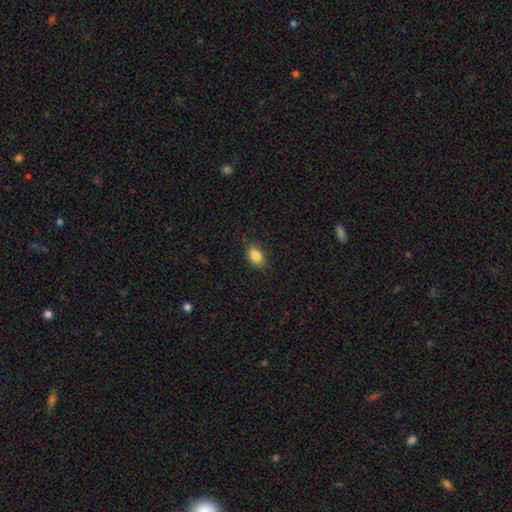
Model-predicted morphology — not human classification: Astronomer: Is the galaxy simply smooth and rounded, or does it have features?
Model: smooth — 84%.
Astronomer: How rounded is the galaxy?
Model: in between — 86%.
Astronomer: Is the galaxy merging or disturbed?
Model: none — 83%.